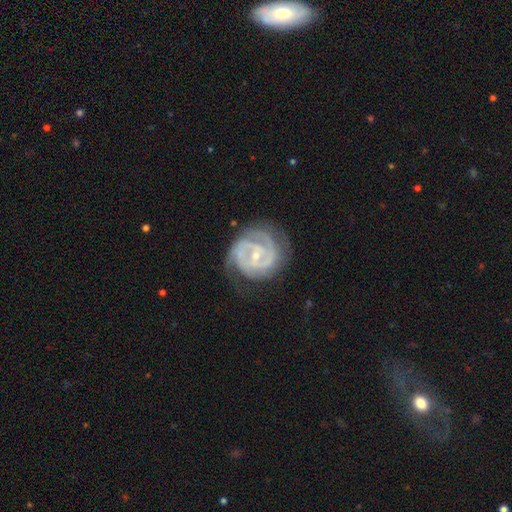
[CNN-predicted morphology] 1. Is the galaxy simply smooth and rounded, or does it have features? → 90% featured or disk, 5% smooth, 5% star or artifact.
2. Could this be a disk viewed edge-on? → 98% no, 2% yes.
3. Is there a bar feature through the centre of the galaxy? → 43% weak, 40% no, 18% strong.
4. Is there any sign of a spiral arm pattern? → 97% yes, 3% no.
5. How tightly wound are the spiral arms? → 64% tight, 31% medium, 5% loose.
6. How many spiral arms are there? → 47% 2, 26% 3, 13% can't tell, 5% 4, 4% 1, 4% more than 4.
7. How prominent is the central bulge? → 71% small, 25% moderate, 2% none, 1% large, 1% dominant.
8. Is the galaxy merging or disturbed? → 70% none, 20% minor disturbance, 9% major disturbance, 1% merger.